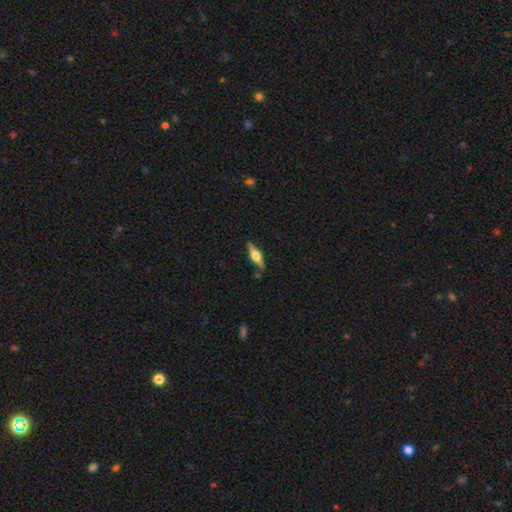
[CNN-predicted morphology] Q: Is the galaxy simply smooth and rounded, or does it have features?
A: featured or disk — 67%.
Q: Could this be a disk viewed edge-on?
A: yes — 96%.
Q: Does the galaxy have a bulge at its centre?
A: rounded — 92%.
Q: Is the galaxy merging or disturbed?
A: none — 87%.